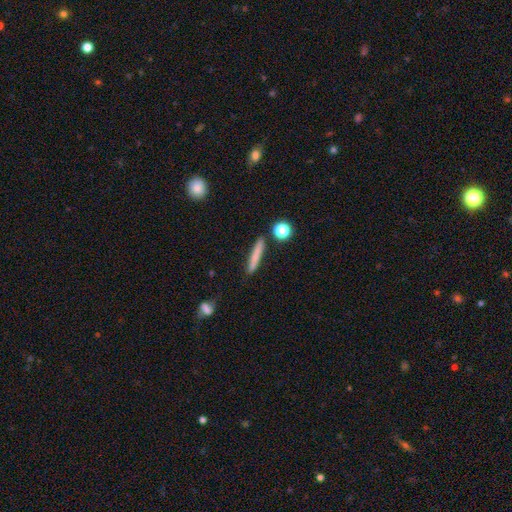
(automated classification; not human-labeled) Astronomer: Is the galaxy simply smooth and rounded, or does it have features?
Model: smooth — 68%.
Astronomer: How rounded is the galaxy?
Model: cigar-shaped — 90%.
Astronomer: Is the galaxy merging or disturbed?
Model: none — 83%.